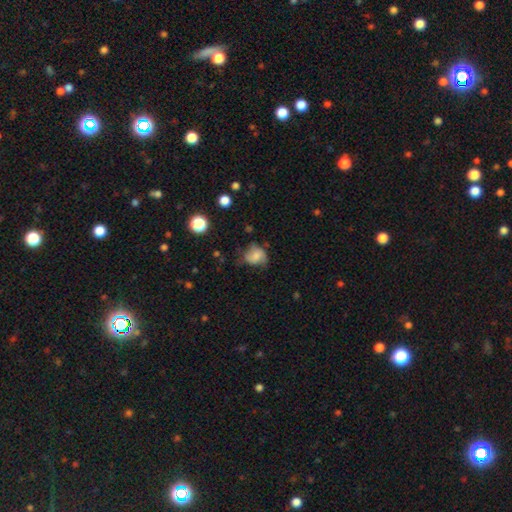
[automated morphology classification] A smooth galaxy with no disk features (63%) that is round (58%). Merging: none (45%).